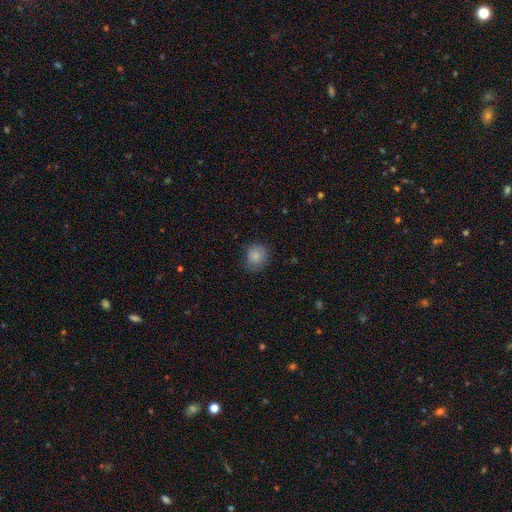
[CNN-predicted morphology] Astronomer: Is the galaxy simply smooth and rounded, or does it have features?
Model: smooth — 85%.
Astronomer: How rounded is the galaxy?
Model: round — 78%.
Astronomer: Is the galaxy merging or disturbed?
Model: none — 76%.